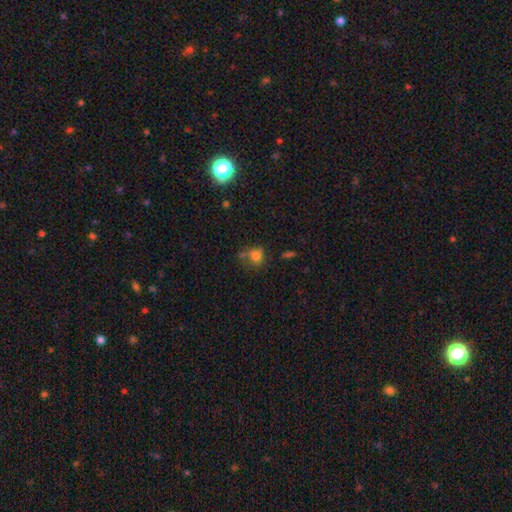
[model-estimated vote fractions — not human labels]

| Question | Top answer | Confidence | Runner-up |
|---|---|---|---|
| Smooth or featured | smooth | 75% | star or artifact (15%) |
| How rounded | round | 69% | in between (30%) |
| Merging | none | 48% | merger (23%) |